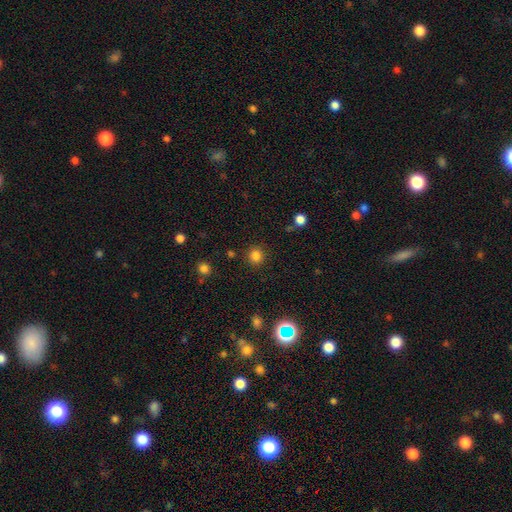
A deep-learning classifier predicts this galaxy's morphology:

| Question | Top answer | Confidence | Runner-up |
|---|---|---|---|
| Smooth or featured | smooth | 82% | star or artifact (14%) |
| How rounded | round | 92% | in between (7%) |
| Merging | none | 89% | minor disturbance (6%) |